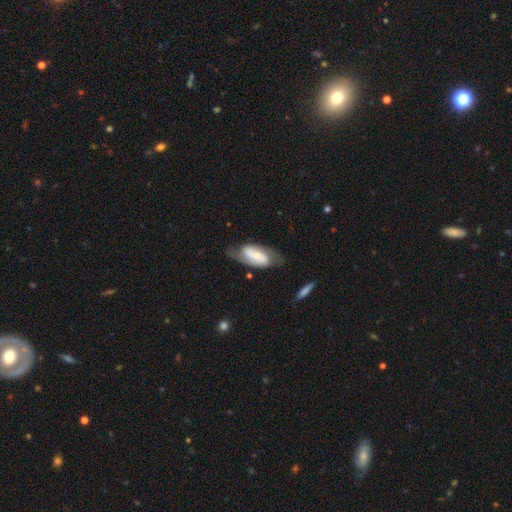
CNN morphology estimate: featured or disk 64%, smooth 30%, star or artifact 6%. Down the decision tree: edge-on disk — no (93%); bar — strong (40%); spiral arms — yes (88%); spiral arm count — 2 (83%); spiral winding — medium (44%); bulge size — small (47%); merging — none (60%).